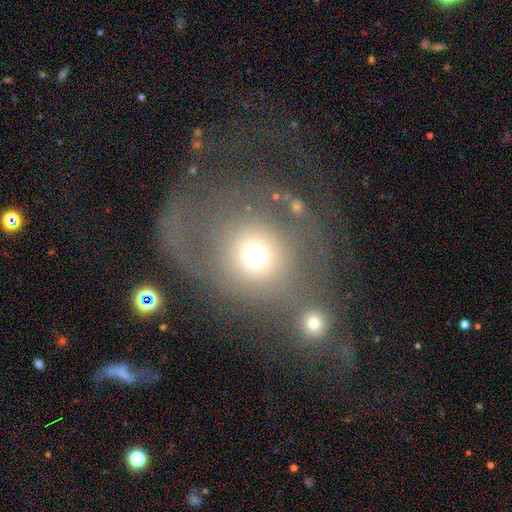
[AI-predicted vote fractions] The model was most divided on "merging": none: 45%, major disturbance: 27%, minor disturbance: 14%, merger: 14%. More confident: how rounded — round (85%); smooth or featured — smooth (57%).